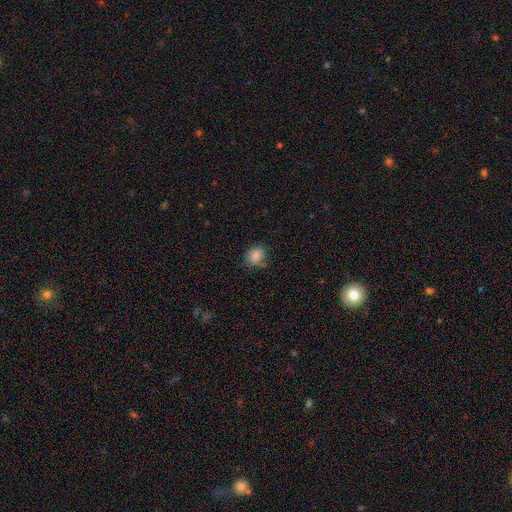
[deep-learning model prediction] Overall: smooth (83%). How rounded: round (54%; in between 45%). Merging: none (59%; minor disturbance 29%).